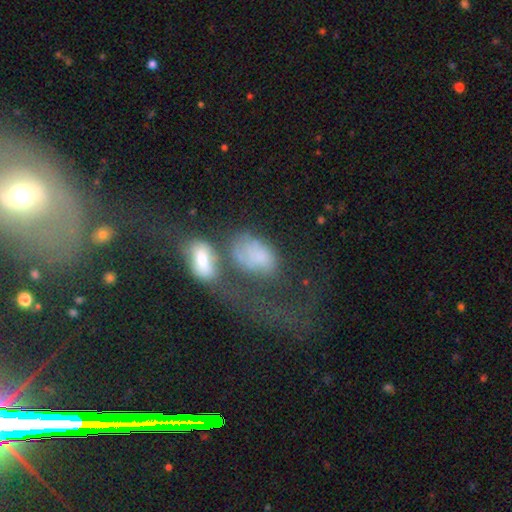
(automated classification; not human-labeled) Q: Smooth or featured?
A: smooth (57%); runner-up: featured or disk (33%)
Q: How rounded?
A: in between (86%); runner-up: round (11%)
Q: Merging?
A: merger (50%); runner-up: major disturbance (30%)